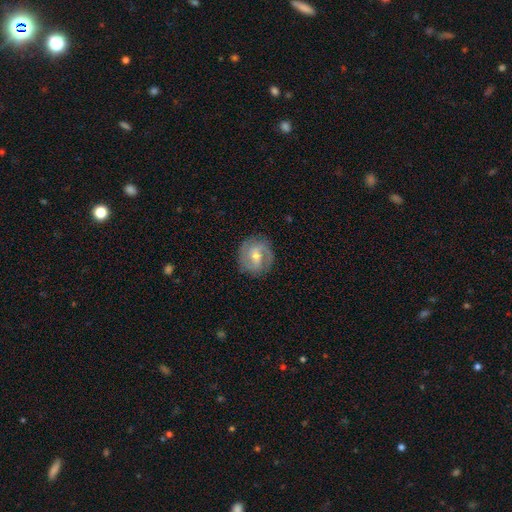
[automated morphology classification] smooth_or_featured: featured or disk (p=0.78) [alt: smooth p=0.17]
disk_edge_on: no (p=0.97) [alt: yes p=0.03]
bar: weak (p=0.50) [alt: no p=0.32]
has_spiral_arms: yes (p=0.93) [alt: no p=0.07]
spiral_winding: medium (p=0.44) [alt: tight p=0.41]
spiral_arm_count: 2 (p=0.73) [alt: can't tell p=0.11]
bulge_size: moderate (p=0.49) [alt: small p=0.47]
merging: none (p=0.83) [alt: minor disturbance p=0.12]